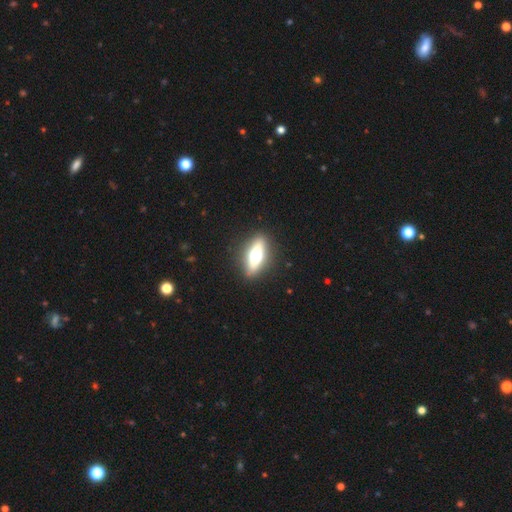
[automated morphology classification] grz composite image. It shows a featured or disk galaxy (50%) viewed edge-on (80%). Merging: none (88%).